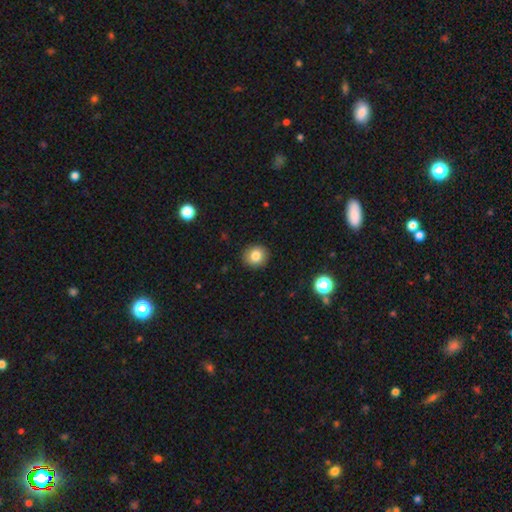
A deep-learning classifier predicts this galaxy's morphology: Smooth or featured?
  - smooth: 83% *
  - star or artifact: 10%
  - featured or disk: 7%
How rounded?
  - round: 84% *
  - in between: 15%
  - cigar-shaped: 1%
Merging?
  - none: 90% *
  - minor disturbance: 7%
  - major disturbance: 2%
  - merger: 1%